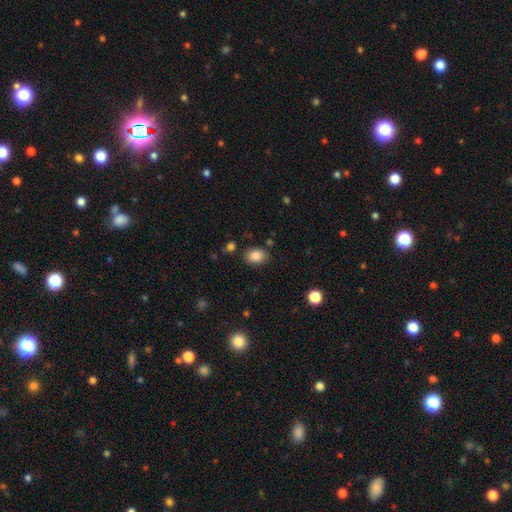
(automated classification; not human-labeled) A smooth galaxy with no disk features (85%) that is in between round and cigar-shaped (67%).

Vote fractions:
- Smooth or featured? smooth: 85% / star or artifact: 9% / featured or disk: 6%
- How rounded? in between: 67% / round: 32% / cigar-shaped: 1%
- Merging? none: 83% / minor disturbance: 11% / merger: 3% / major disturbance: 3%